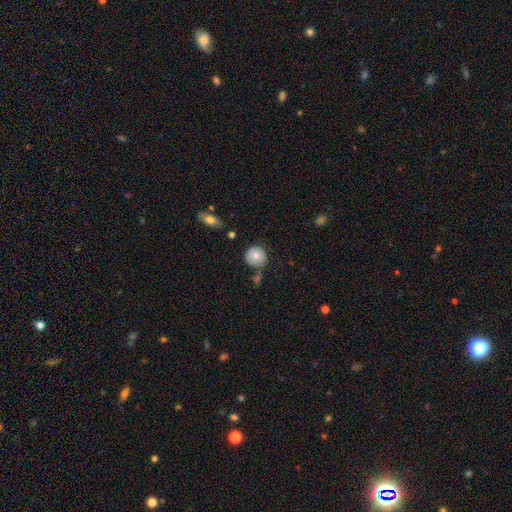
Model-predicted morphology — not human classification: Overall: smooth (73%). How rounded: round (92%). Merging: none (73%).